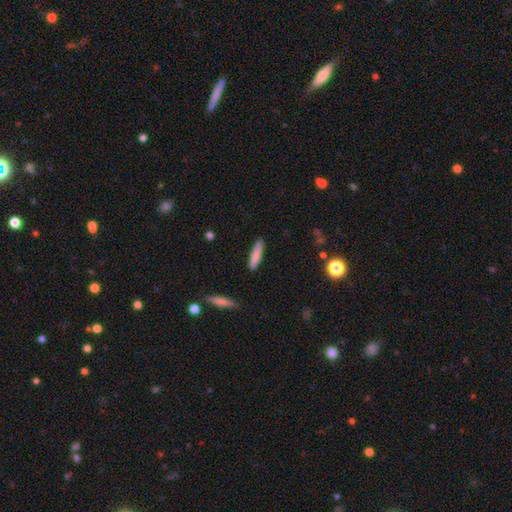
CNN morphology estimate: Q: Smooth or featured?
A: smooth (83%); runner-up: featured or disk (11%)
Q: How rounded?
A: cigar-shaped (78%); runner-up: in between (21%)
Q: Merging?
A: none (87%); runner-up: minor disturbance (9%)